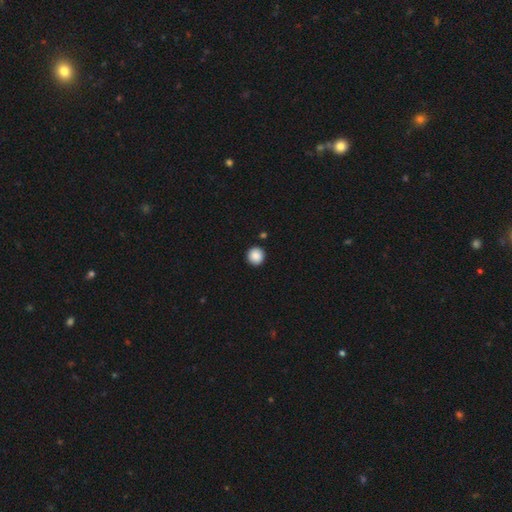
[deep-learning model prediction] A smooth galaxy with no disk features (88%) that is round (94%).

Vote fractions:
- Smooth or featured? smooth: 88% / star or artifact: 9% / featured or disk: 3%
- How rounded? round: 94% / in between: 5% / cigar-shaped: 1%
- Merging? none: 92% / minor disturbance: 5% / major disturbance: 2% / merger: 1%